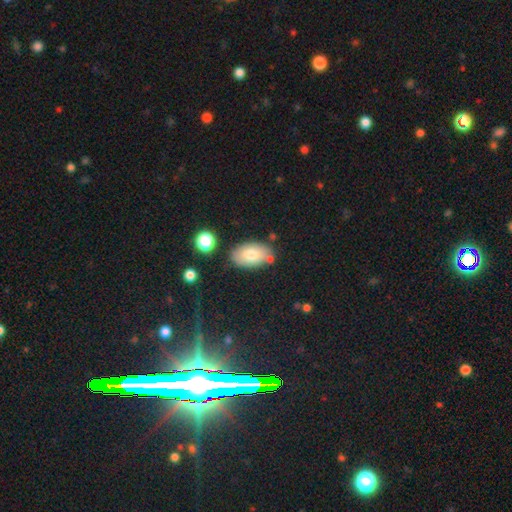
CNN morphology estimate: This appears to be a smooth galaxy with no disk features (77%) that is in between round and cigar-shaped (93%). Merging: none (77%).